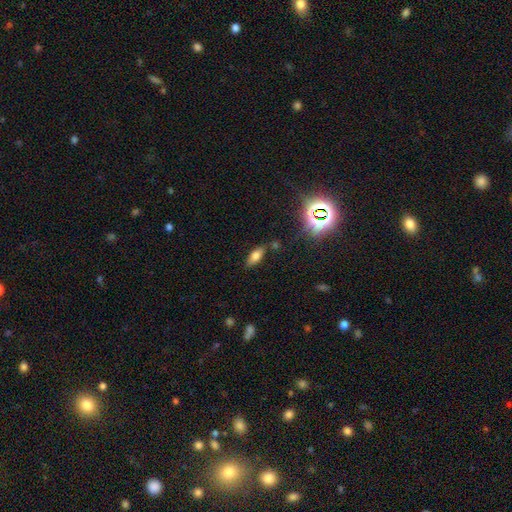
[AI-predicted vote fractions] Smooth or featured: smooth — 70% (star or artifact — 15%)
How rounded: in between — 82% (cigar-shaped — 15%)
Merging: none — 77% (minor disturbance — 14%)